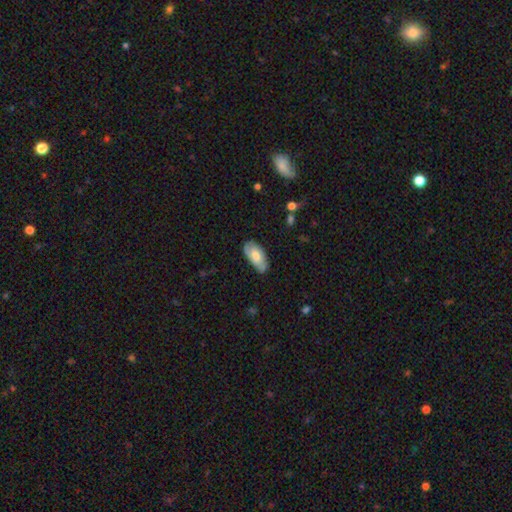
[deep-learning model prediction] This is likely a smooth galaxy (62%). How rounded: clearly in between (92%). Merging: likely none (71%).